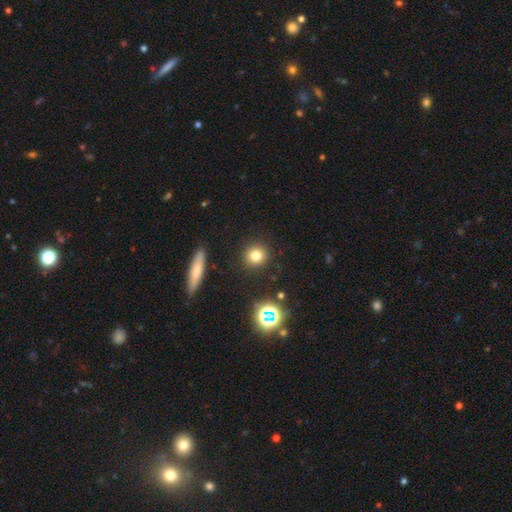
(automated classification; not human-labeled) Smooth or featured: smooth — 77% (star or artifact — 16%)
How rounded: round — 90% (in between — 9%)
Merging: none — 90% (minor disturbance — 6%)